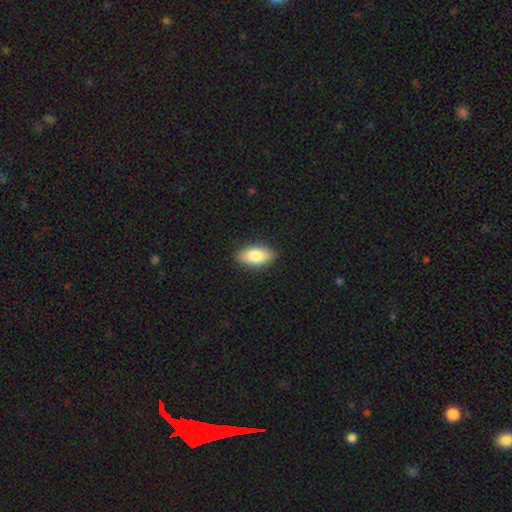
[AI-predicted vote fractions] Overall: smooth (79%). How rounded: in between (89%). Merging: none (89%).